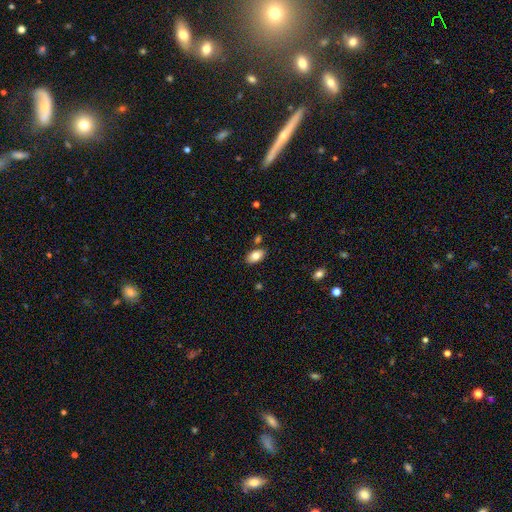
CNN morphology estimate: Overall: smooth (80%). How rounded: in between (93%). Merging: none (82%).